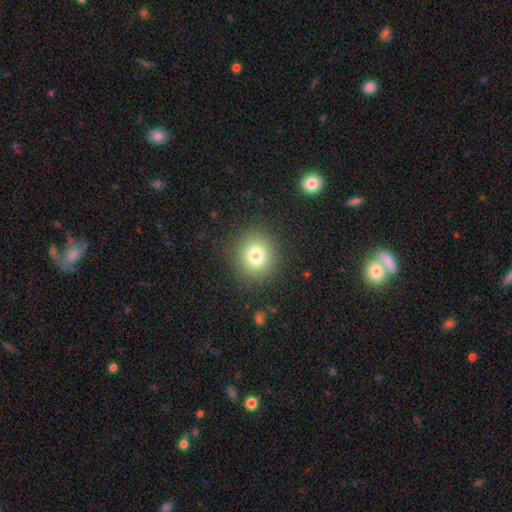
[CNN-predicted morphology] A smooth galaxy with no disk features (79%) that is round (88%).

Vote fractions:
- Smooth or featured? smooth: 79% / star or artifact: 12% / featured or disk: 9%
- How rounded? round: 88% / in between: 11% / cigar-shaped: 1%
- Merging? none: 88% / minor disturbance: 8% / major disturbance: 3% / merger: 1%